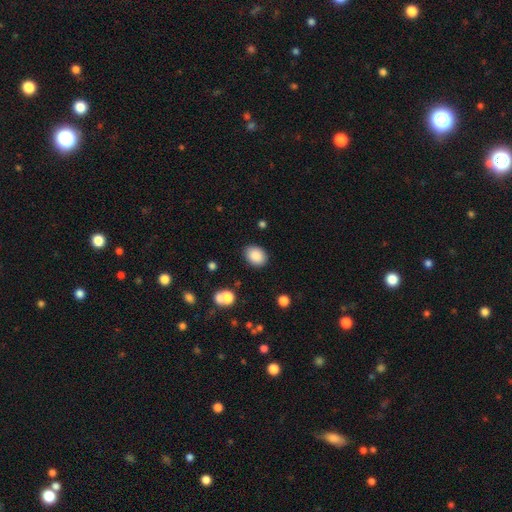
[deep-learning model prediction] smooth 88%, star or artifact 8%, featured or disk 4%. Down the decision tree: how rounded — in between (64%); merging — none (86%).